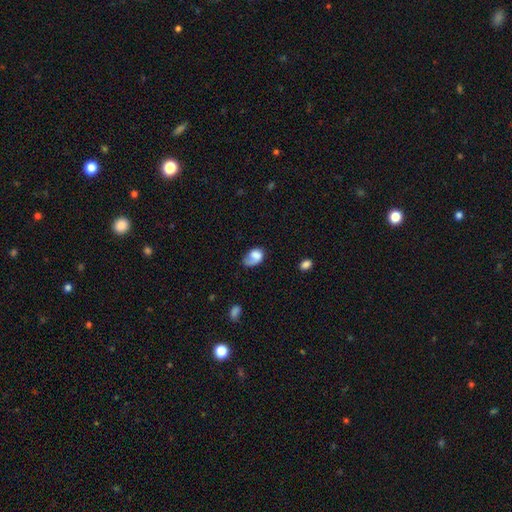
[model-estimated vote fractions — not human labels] A smooth galaxy with no disk features (59%) that is in between round and cigar-shaped (78%).

Vote fractions:
- Smooth or featured? smooth: 59% / featured or disk: 33% / star or artifact: 8%
- How rounded? in between: 78% / round: 21% / cigar-shaped: 1%
- Merging? none: 35% / major disturbance: 34% / minor disturbance: 26% / merger: 5%